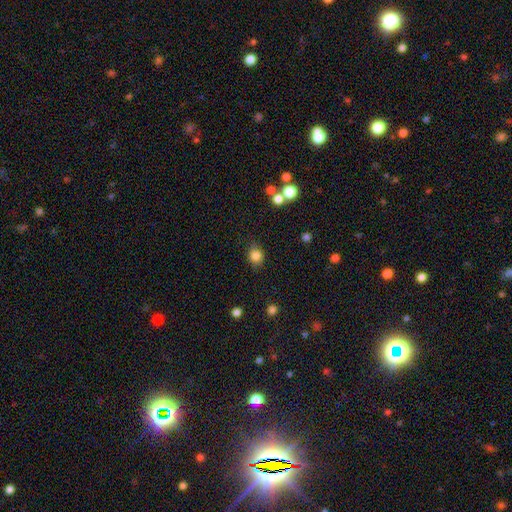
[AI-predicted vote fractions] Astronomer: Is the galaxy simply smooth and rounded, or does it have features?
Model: smooth — 83%.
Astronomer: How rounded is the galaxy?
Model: round — 68%.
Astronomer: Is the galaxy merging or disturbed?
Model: none — 82%.